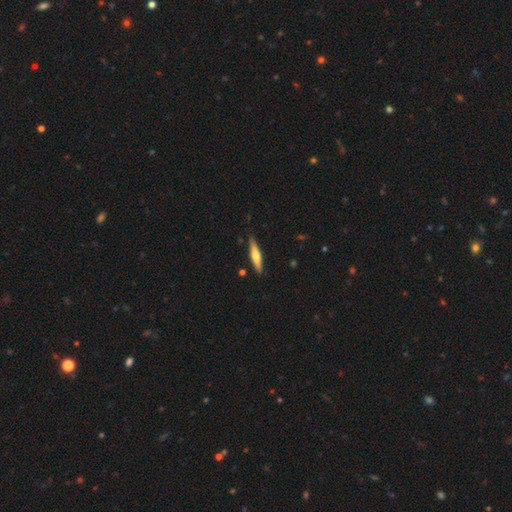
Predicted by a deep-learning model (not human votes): Q: Smooth or featured?
A: smooth (48%); runner-up: featured or disk (47%)
Q: Merging?
A: none (87%); runner-up: minor disturbance (10%)